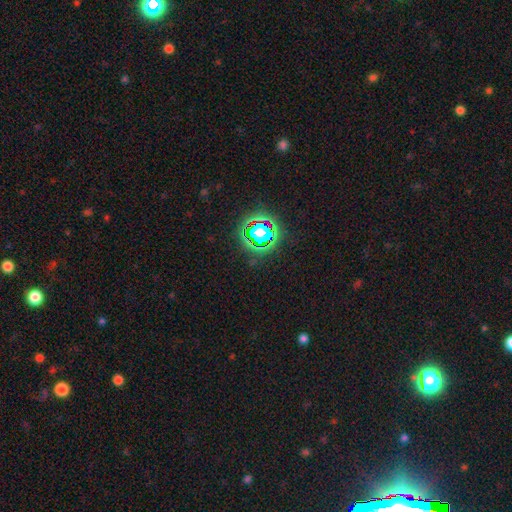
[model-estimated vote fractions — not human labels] This appears to be a star or artifact, not a galaxy (79%).